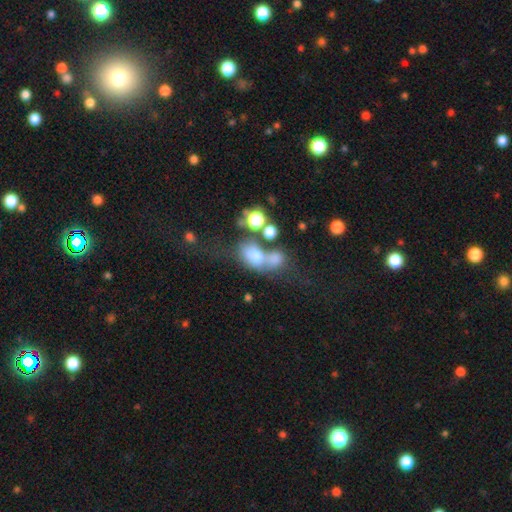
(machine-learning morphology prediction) Smooth or featured? Predicted: smooth (p=0.62). How rounded? Predicted: in between (p=0.60). Merging? Predicted: merger (p=0.50).